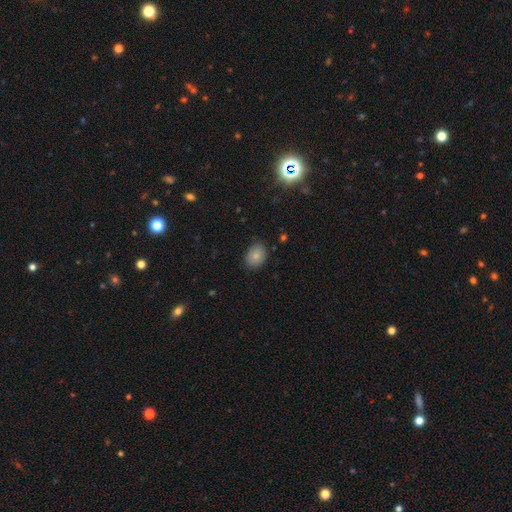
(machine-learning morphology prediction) A smooth galaxy with no disk features (84%) that is in between round and cigar-shaped (66%). Merging: none (83%).